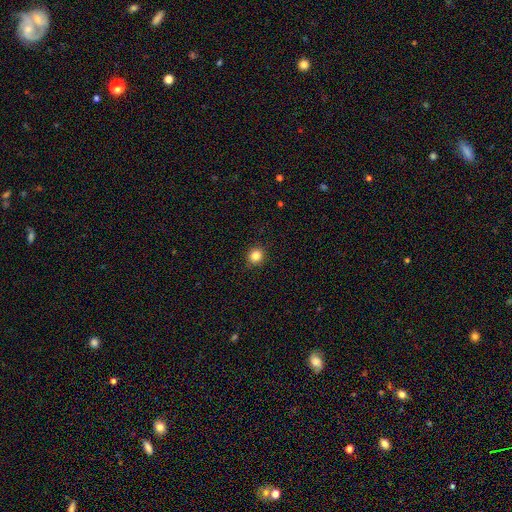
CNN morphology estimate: Overall: smooth (84%). How rounded: round (88%). Merging: none (91%).